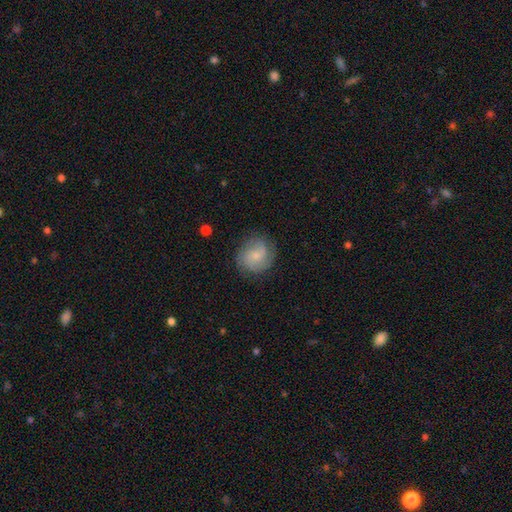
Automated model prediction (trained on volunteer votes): Overall: featured or disk (50%; smooth 43%). Merging: none (76%).